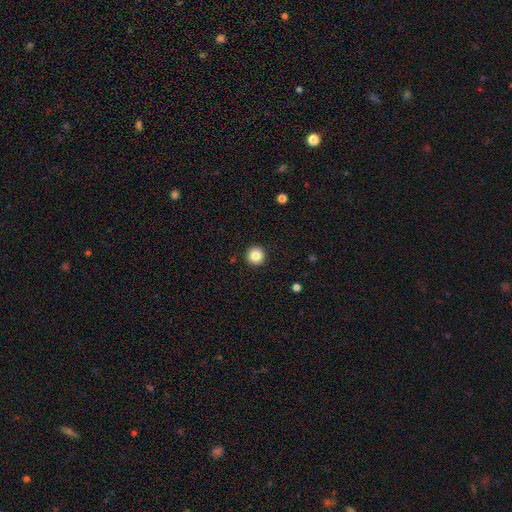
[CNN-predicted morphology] Smooth or featured?
  - smooth: 85% *
  - star or artifact: 10%
  - featured or disk: 5%
How rounded?
  - round: 96% *
  - in between: 3%
  - cigar-shaped: 1%
Merging?
  - none: 93% *
  - minor disturbance: 4%
  - major disturbance: 2%
  - merger: 1%